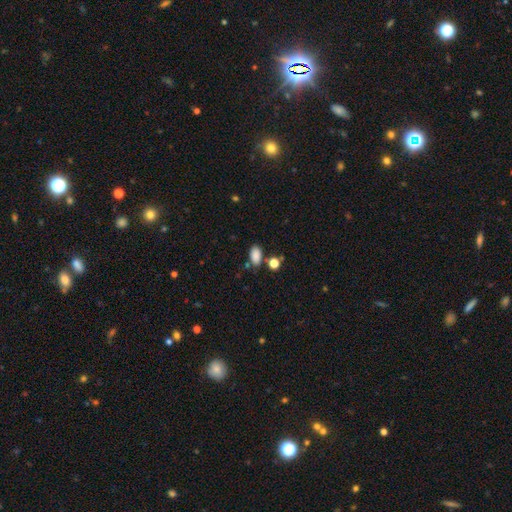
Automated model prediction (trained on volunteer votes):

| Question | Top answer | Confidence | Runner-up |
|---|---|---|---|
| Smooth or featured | smooth | 85% | star or artifact (11%) |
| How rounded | in between | 89% | round (9%) |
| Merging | none | 72% | minor disturbance (14%) |